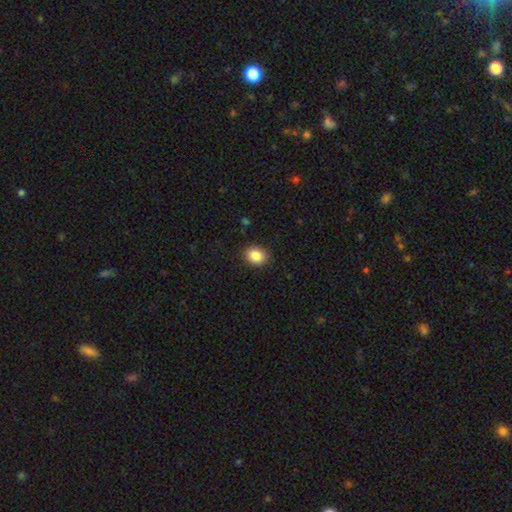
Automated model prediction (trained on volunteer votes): Smooth or featured? Predicted: smooth (p=0.86). How rounded? Predicted: in between (p=0.51). Merging? Predicted: none (p=0.89).